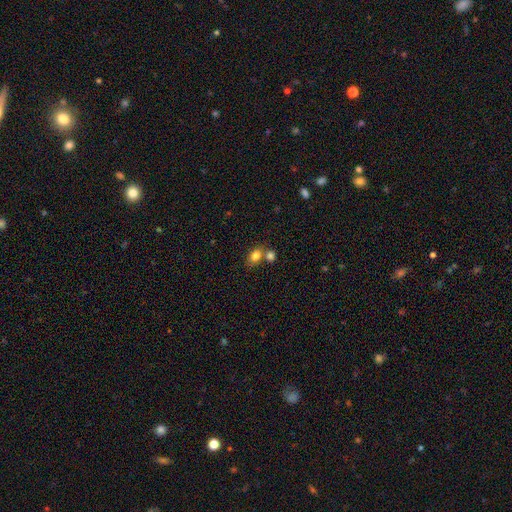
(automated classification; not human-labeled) Smooth or featured: smooth — 81% (star or artifact — 10%)
How rounded: in between — 65% (round — 33%)
Merging: none — 48% (merger — 37%)